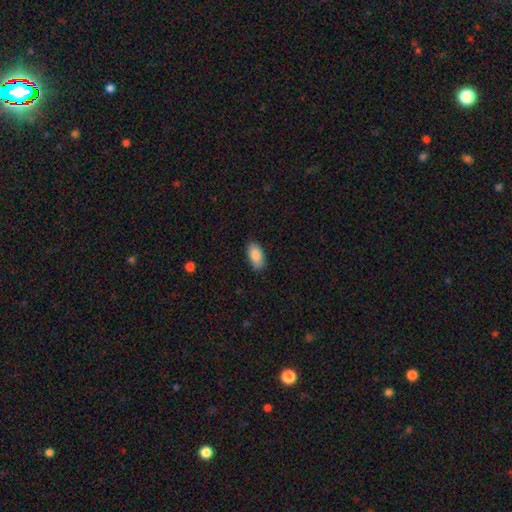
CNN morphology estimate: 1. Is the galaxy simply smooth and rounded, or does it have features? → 88% smooth, 7% star or artifact, 5% featured or disk.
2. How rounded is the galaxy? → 94% in between, 3% round, 3% cigar-shaped.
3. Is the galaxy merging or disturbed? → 86% none, 10% minor disturbance, 2% major disturbance, 1% merger.